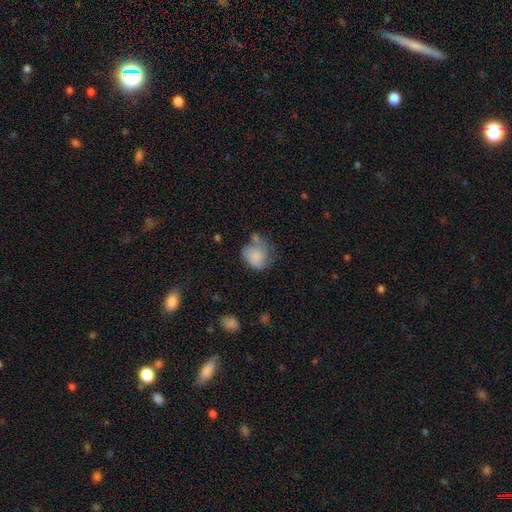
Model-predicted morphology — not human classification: smooth 73%, featured or disk 19%, star or artifact 8%. Down the decision tree: how rounded — round (64%); merging — none (40%).